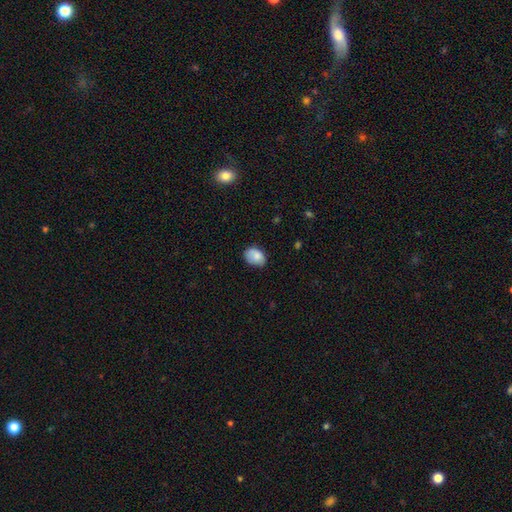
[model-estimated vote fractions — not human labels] smooth 82%, featured or disk 11%, star or artifact 8%. Down the decision tree: how rounded — in between (72%); merging — none (65%).